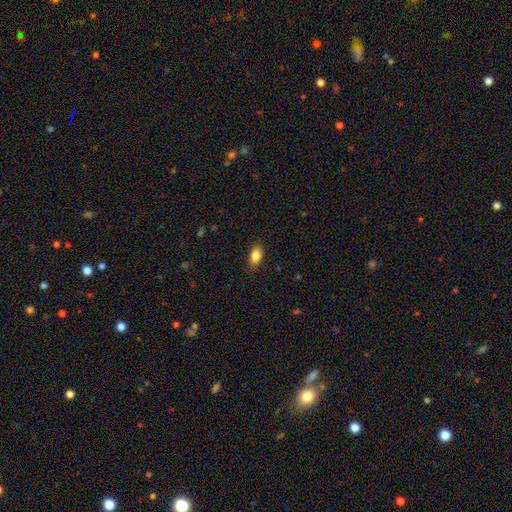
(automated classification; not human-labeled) Smooth or featured? smooth (85%)
How rounded? in between (88%)
Merging? none (85%)